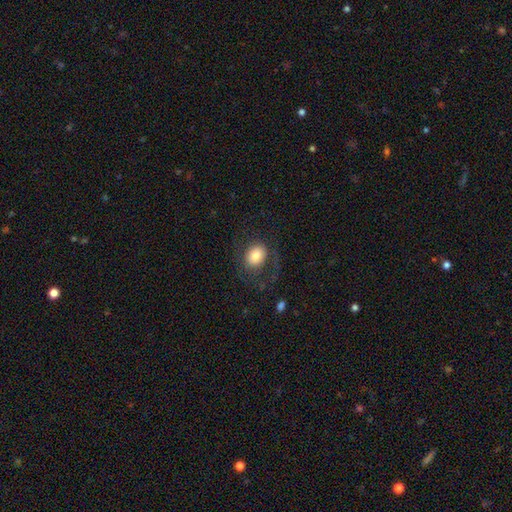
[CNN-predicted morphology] Overall: smooth (75%). How rounded: in between (51%; round 48%). Merging: none (65%).